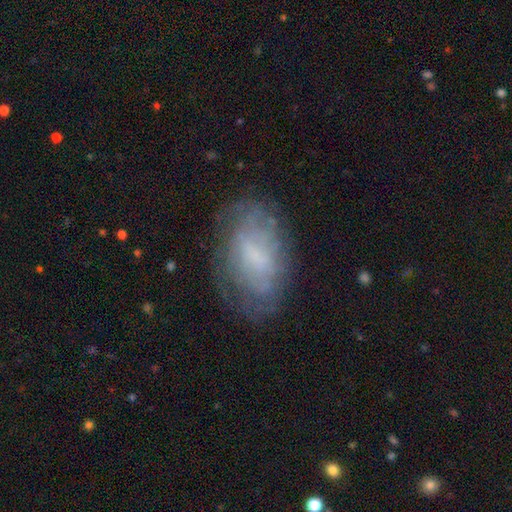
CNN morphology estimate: type=featured or disk (47%); merging=none (66%).